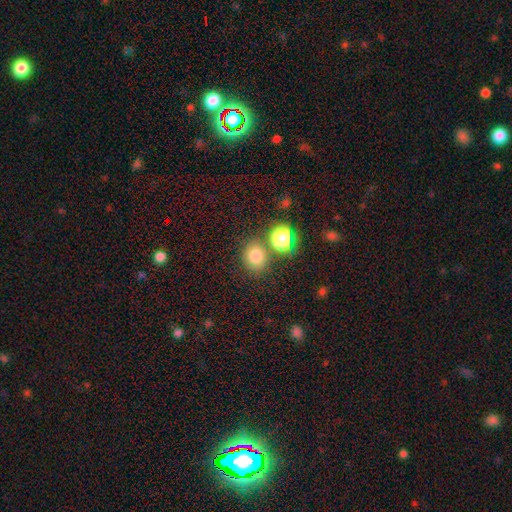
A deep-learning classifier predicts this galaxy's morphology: smooth_or_featured: smooth (p=0.77) [alt: star or artifact p=0.16]
how_rounded: round (p=0.70) [alt: in between p=0.29]
merging: none (p=0.73) [alt: merger p=0.13]